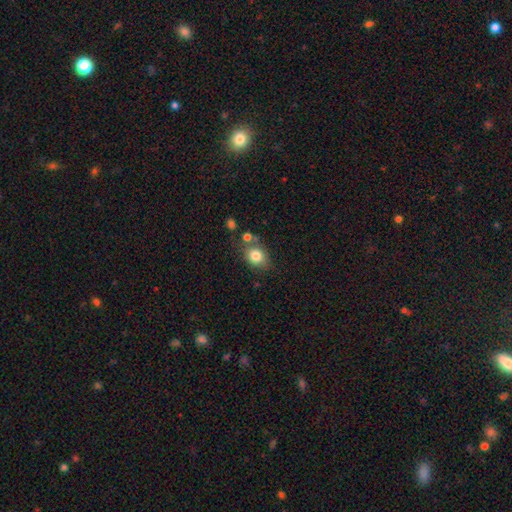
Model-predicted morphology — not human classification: type=smooth (81%); roundness=round (52%); merging=none (63%).